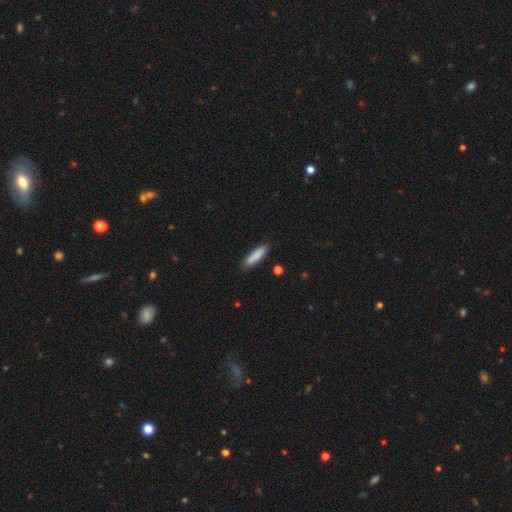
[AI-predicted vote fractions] Overall: smooth (86%). How rounded: cigar-shaped (76%). Merging: none (86%).